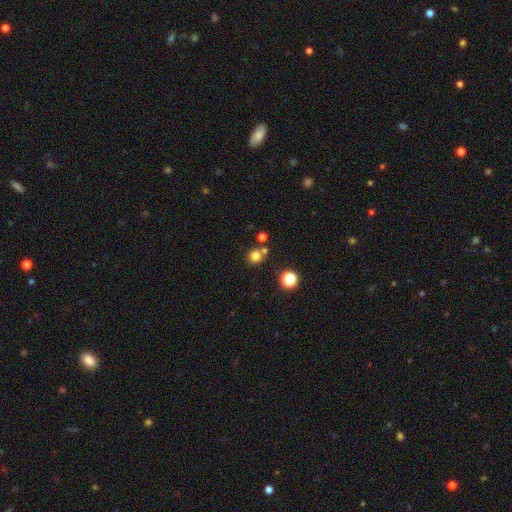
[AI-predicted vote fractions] smooth-or-featured: smooth: 78% | star or artifact: 16% | featured or disk: 6%
  how-rounded: round: 90% | in between: 9% | cigar-shaped: 1%
  merging: none: 70% | merger: 19% | minor disturbance: 8% | major disturbance: 3%